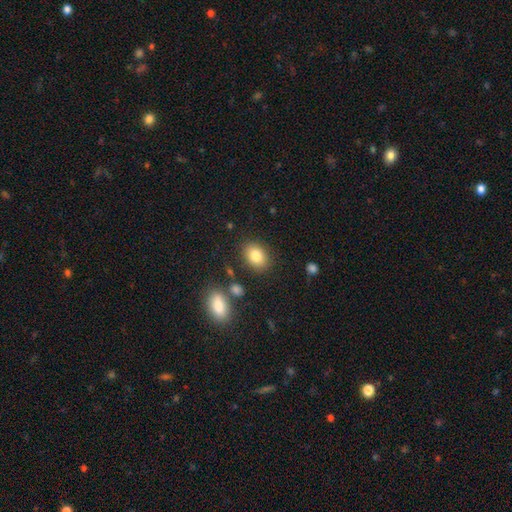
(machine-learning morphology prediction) Smooth or featured?
  - smooth: 83% *
  - star or artifact: 9%
  - featured or disk: 8%
How rounded?
  - in between: 71% *
  - round: 28%
  - cigar-shaped: 1%
Merging?
  - none: 82% *
  - minor disturbance: 11%
  - merger: 4%
  - major disturbance: 3%